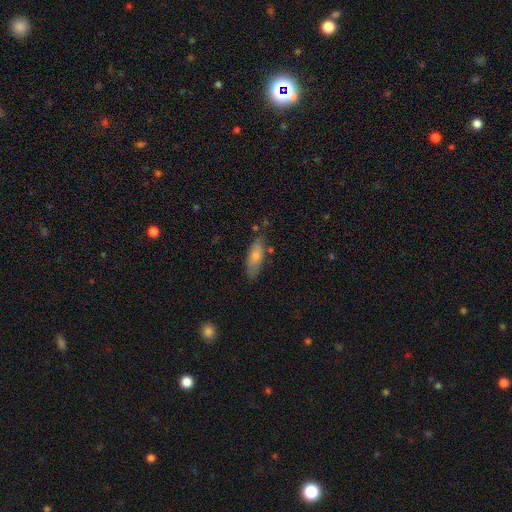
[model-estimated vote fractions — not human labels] Q: Smooth or featured?
A: smooth (72%); runner-up: featured or disk (21%)
Q: How rounded?
A: in between (66%); runner-up: cigar-shaped (32%)
Q: Merging?
A: none (68%); runner-up: minor disturbance (22%)